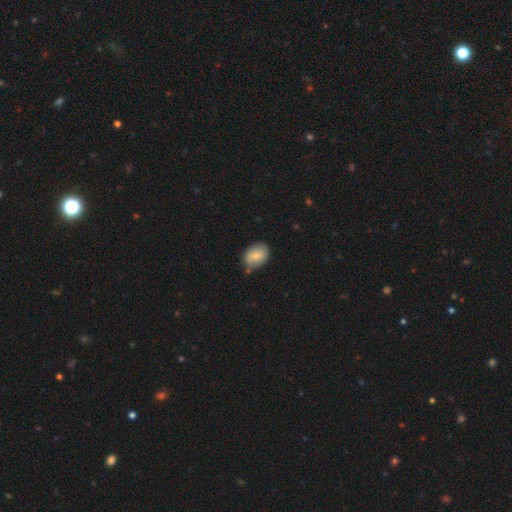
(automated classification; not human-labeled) The model was most divided on "how rounded": in between: 69%, round: 30%, cigar-shaped: 1%. More confident: merging — none (73%); smooth or featured — smooth (67%).